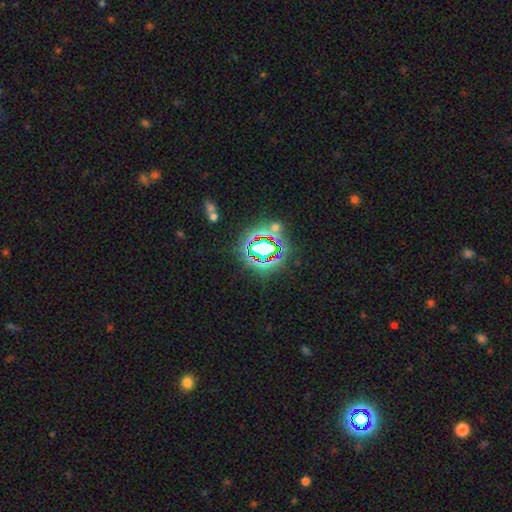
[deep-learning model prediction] A star or artifact, not a galaxy (71%).

Vote fractions:
- Smooth or featured? star or artifact: 71% / smooth: 18% / featured or disk: 11%